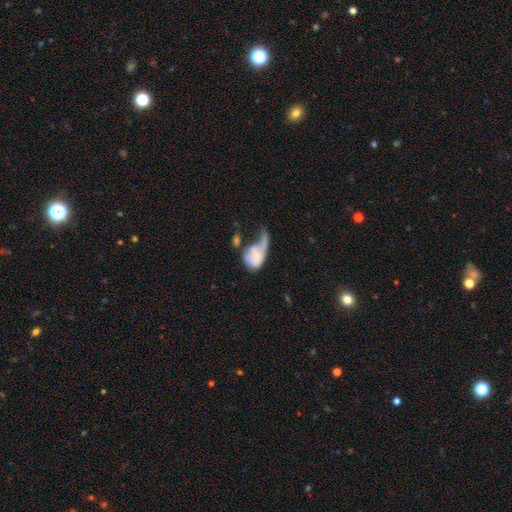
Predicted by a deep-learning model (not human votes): Smooth or featured? Predicted: smooth (p=0.56). How rounded? Predicted: in between (p=0.76). Merging? Predicted: major disturbance (p=0.55).